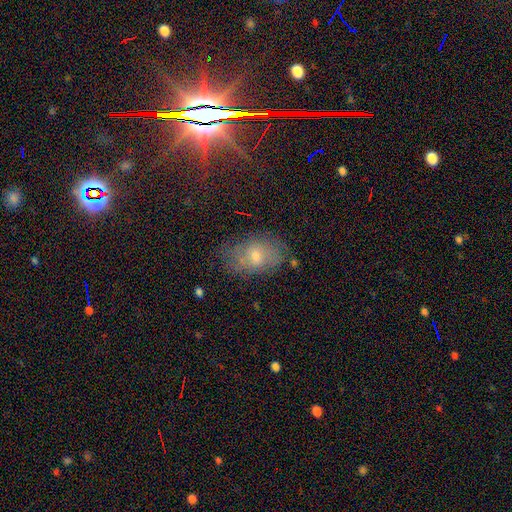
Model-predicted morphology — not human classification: This appears to be a smooth galaxy with no disk features (45%). Merging: none (67%).